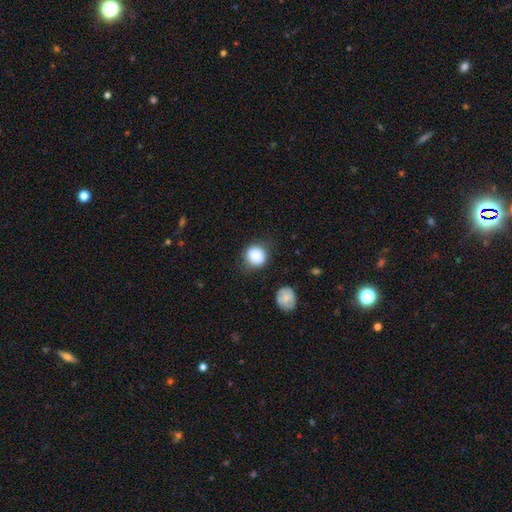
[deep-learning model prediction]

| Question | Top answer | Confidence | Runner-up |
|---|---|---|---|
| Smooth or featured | smooth | 87% | star or artifact (8%) |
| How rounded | round | 88% | in between (11%) |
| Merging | none | 79% | minor disturbance (14%) |